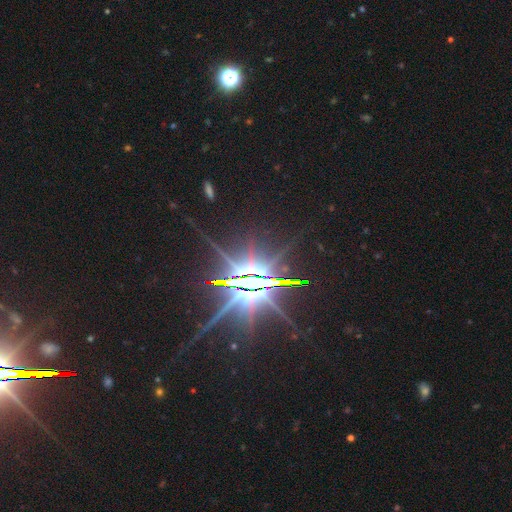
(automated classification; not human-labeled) Smooth or featured? Predicted: star or artifact (p=0.78).